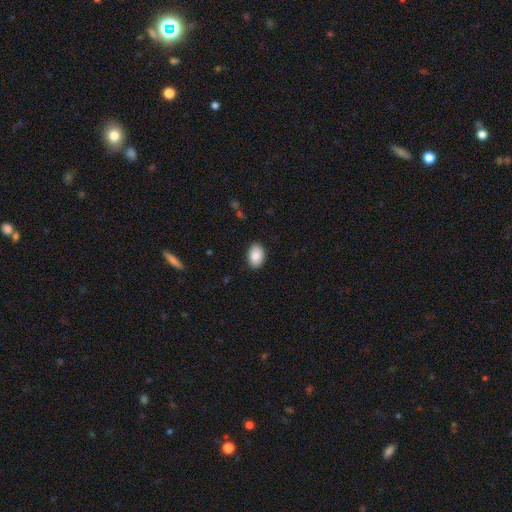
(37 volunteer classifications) Smooth or featured: smooth — 89% (star or artifact — 8%)
How rounded: in between — 97% (round — 3%)
Merging: none — 97% (minor disturbance — 3%)